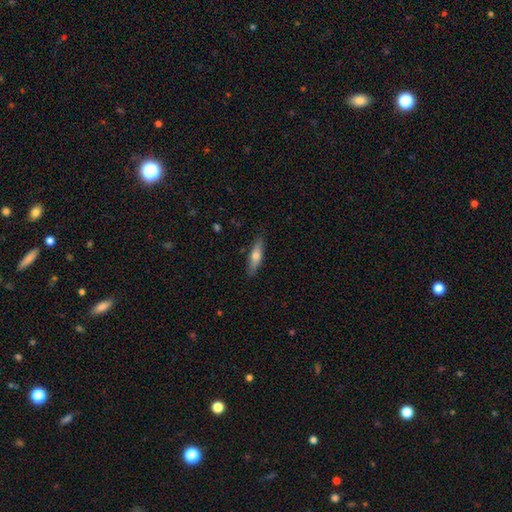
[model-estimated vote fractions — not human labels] A smooth galaxy with no disk features (64%) that is cigar-shaped (66%).

Vote fractions:
- Smooth or featured? smooth: 64% / featured or disk: 30% / star or artifact: 6%
- How rounded? cigar-shaped: 66% / in between: 32% / round: 2%
- Merging? none: 86% / minor disturbance: 10% / major disturbance: 2% / merger: 1%